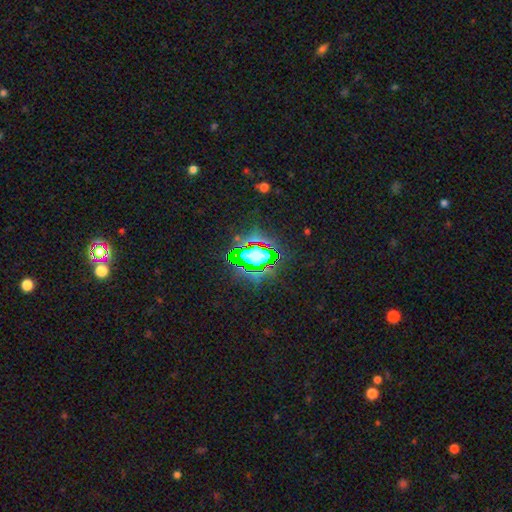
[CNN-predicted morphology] smooth_or_featured: star or artifact (p=0.70) [alt: smooth p=0.18]